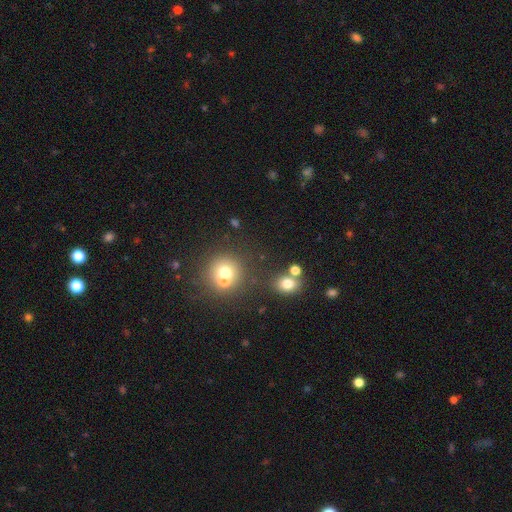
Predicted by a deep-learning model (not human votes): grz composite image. It shows a smooth galaxy with no disk features (53%) that is round (80%). Merging: none (75%).